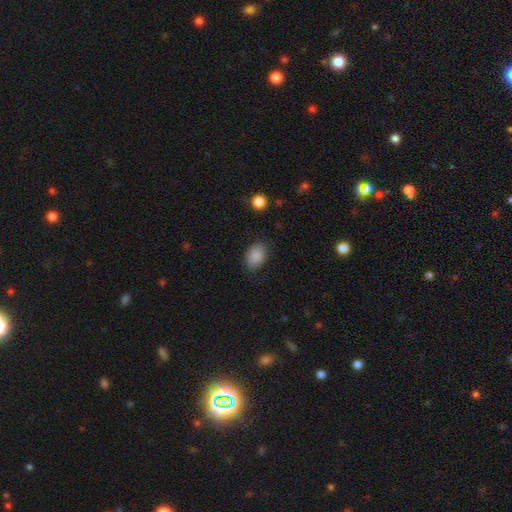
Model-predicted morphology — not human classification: Smooth or featured? smooth (89%)
How rounded? in between (85%)
Merging? none (82%)